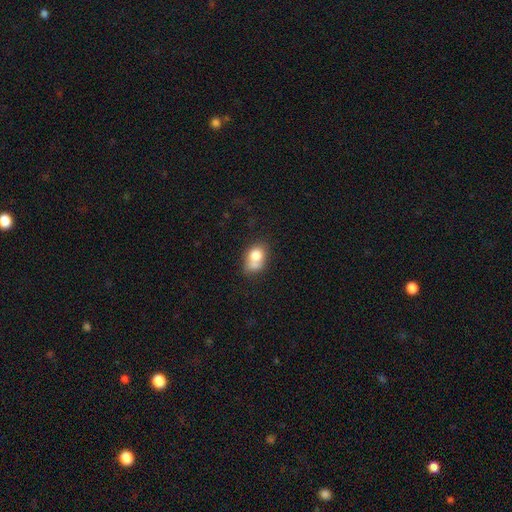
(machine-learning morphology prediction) Q: Smooth or featured?
A: smooth (74%); runner-up: featured or disk (16%)
Q: How rounded?
A: in between (61%); runner-up: round (37%)
Q: Merging?
A: merger (36%); runner-up: none (35%)